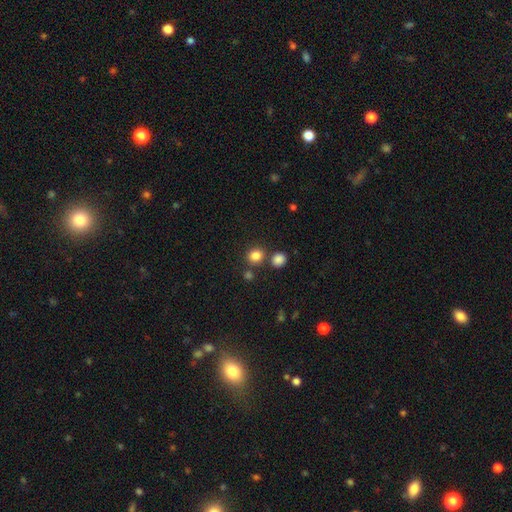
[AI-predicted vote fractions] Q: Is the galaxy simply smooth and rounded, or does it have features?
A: smooth — 82%.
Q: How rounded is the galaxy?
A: round — 82%.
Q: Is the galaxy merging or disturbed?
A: none — 75%.